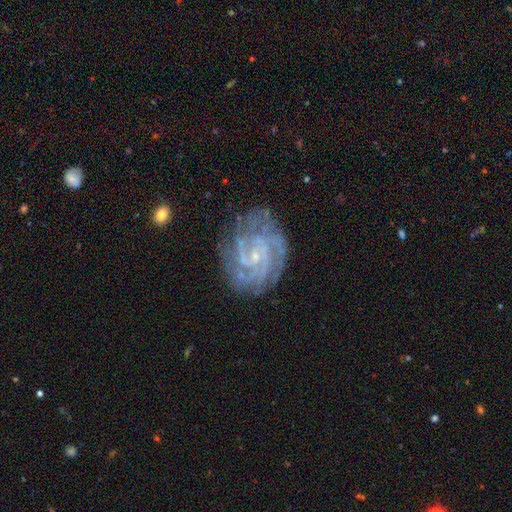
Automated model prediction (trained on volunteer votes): This is clearly a featured or disk galaxy (89%). It is clearly not viewed edge-on (98%). Bar: possibly no (56%). Spiral arm pattern: clearly yes (98%). Spiral arm count: marginally 2 (25%). Spiral winding: likely tight (73%). Central bulge: clearly small (81%). Merging: likely none (77%).